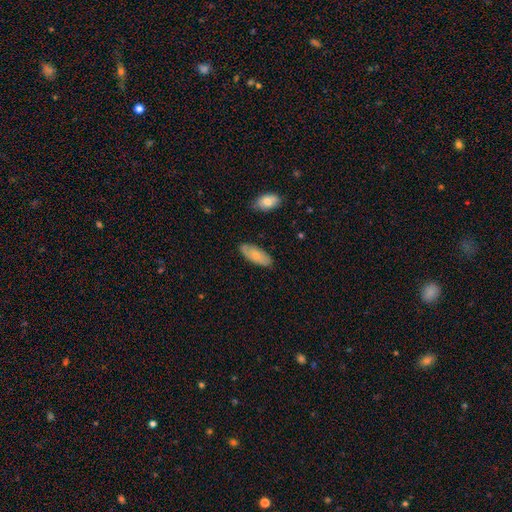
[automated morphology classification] type=smooth (67%); roundness=in between (85%); merging=none (79%).